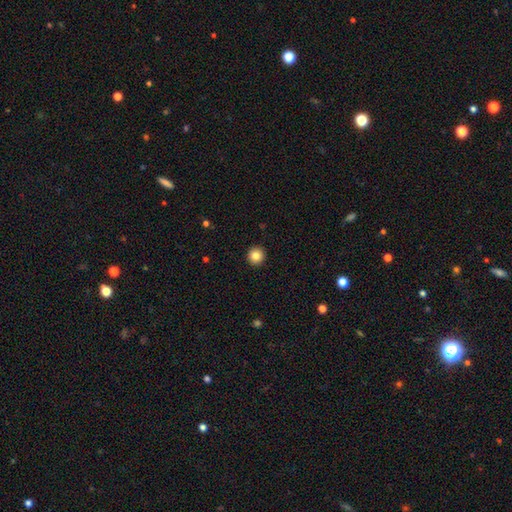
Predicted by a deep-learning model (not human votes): smooth_or_featured: smooth (p=0.84) [alt: star or artifact p=0.10]
how_rounded: round (p=0.95) [alt: in between p=0.04]
merging: none (p=0.93) [alt: minor disturbance p=0.04]